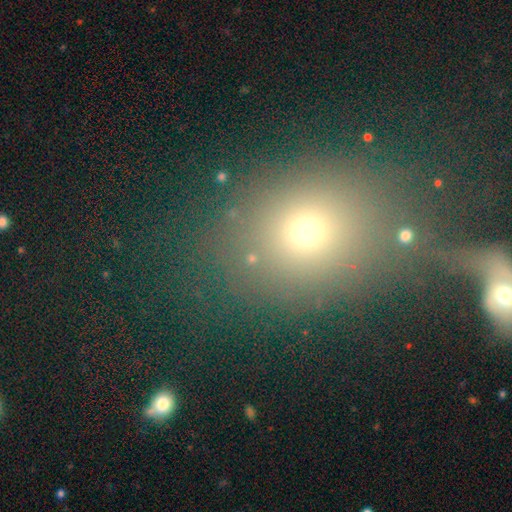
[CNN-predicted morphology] Q: Smooth or featured?
A: smooth (64%); runner-up: star or artifact (23%)
Q: How rounded?
A: round (56%); runner-up: in between (42%)
Q: Merging?
A: none (67%); runner-up: merger (13%)